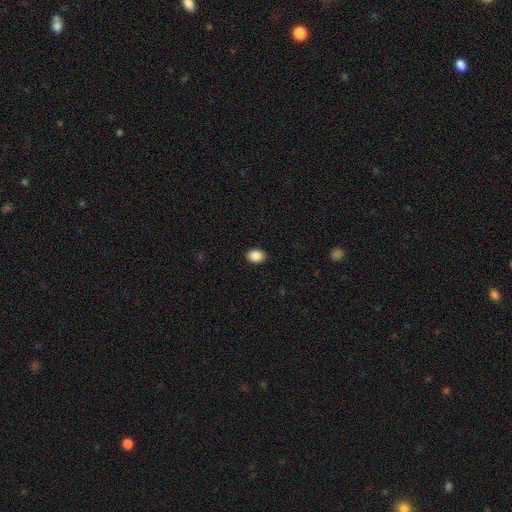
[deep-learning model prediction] Q: Smooth or featured?
A: smooth (89%); runner-up: star or artifact (8%)
Q: How rounded?
A: in between (64%); runner-up: round (35%)
Q: Merging?
A: none (91%); runner-up: minor disturbance (6%)